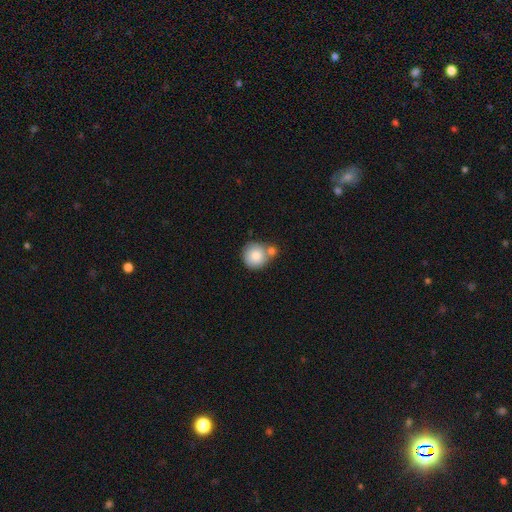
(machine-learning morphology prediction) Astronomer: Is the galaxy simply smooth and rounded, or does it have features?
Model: smooth — 83%.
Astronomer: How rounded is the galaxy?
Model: round — 91%.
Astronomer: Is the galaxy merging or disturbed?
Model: none — 48% (runner-up: merger, 36%).